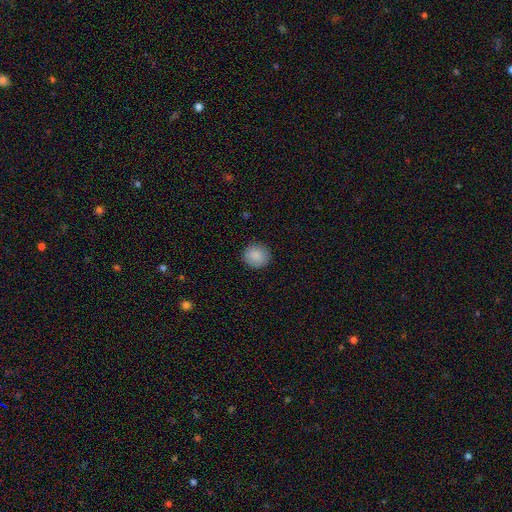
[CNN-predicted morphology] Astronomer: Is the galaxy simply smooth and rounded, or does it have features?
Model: smooth — 88%.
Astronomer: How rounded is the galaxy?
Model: round — 89%.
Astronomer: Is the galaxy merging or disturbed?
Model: none — 90%.